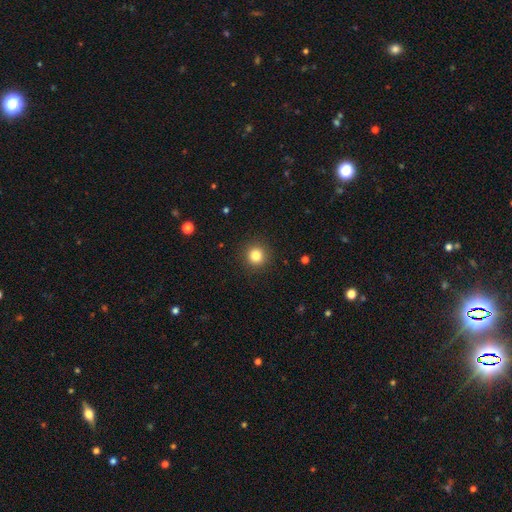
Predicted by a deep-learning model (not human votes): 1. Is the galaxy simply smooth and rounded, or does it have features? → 83% smooth, 12% star or artifact, 6% featured or disk.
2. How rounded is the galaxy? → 94% round, 5% in between, 1% cigar-shaped.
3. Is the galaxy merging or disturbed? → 92% none, 5% minor disturbance, 2% major disturbance, 1% merger.